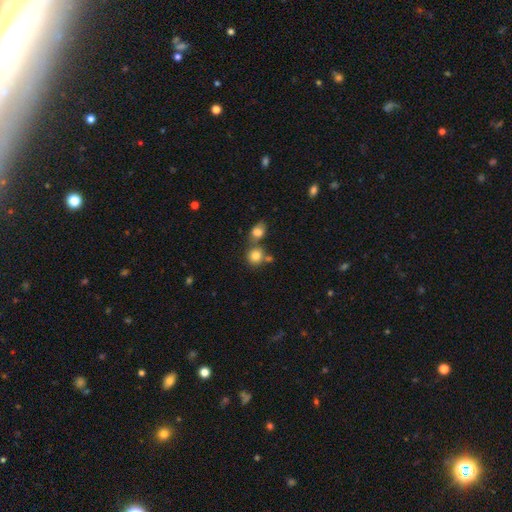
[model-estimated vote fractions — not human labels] Smooth or featured? Predicted: smooth (p=0.81). How rounded? Predicted: round (p=0.82). Merging? Predicted: none (p=0.52).